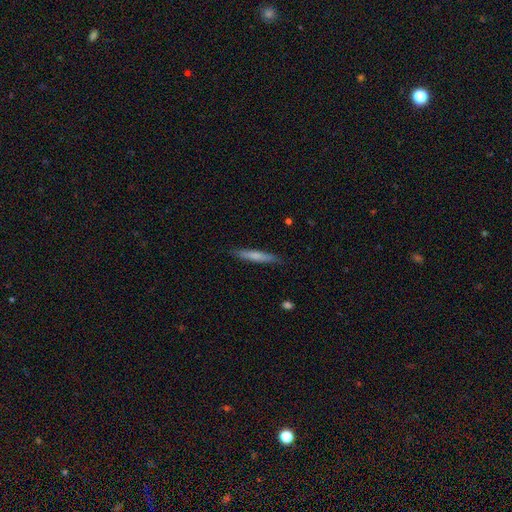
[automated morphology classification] This appears to be a smooth galaxy with no disk features (69%) that is cigar-shaped (94%). Merging: none (88%).